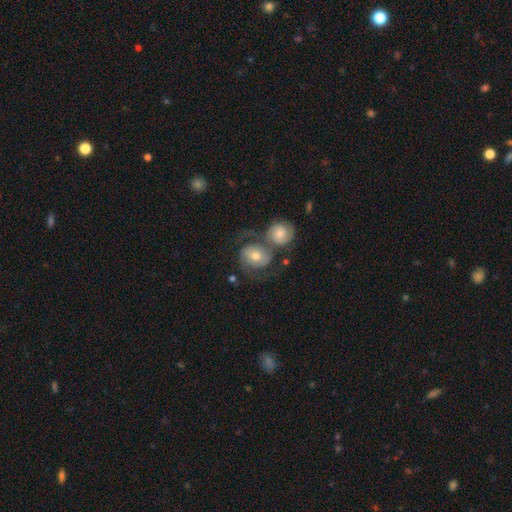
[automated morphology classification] featured or disk 65%, smooth 28%, star or artifact 7%. Down the decision tree: edge-on disk — no (97%); bar — no (69%); spiral arms — yes (84%); spiral arm count — 2 (79%); spiral winding — medium (44%); bulge size — moderate (68%); merging — none (40%).